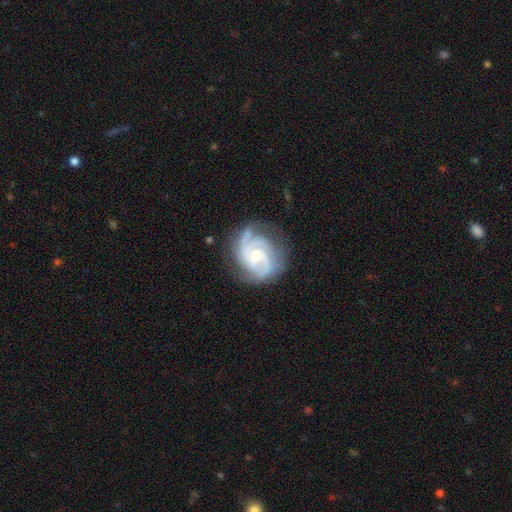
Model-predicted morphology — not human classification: Q: Smooth or featured?
A: featured or disk (88%); runner-up: smooth (7%)
Q: Edge-on disk?
A: no (98%); runner-up: yes (2%)
Q: Bar?
A: no (47%); runner-up: weak (44%)
Q: Spiral arms?
A: yes (98%); runner-up: no (2%)
Q: Spiral winding?
A: tight (49%); runner-up: medium (43%)
Q: Spiral arm count?
A: 3 (40%); runner-up: 2 (32%)
Q: Bulge size?
A: small (47%); runner-up: moderate (37%)
Q: Merging?
A: none (69%); runner-up: minor disturbance (20%)